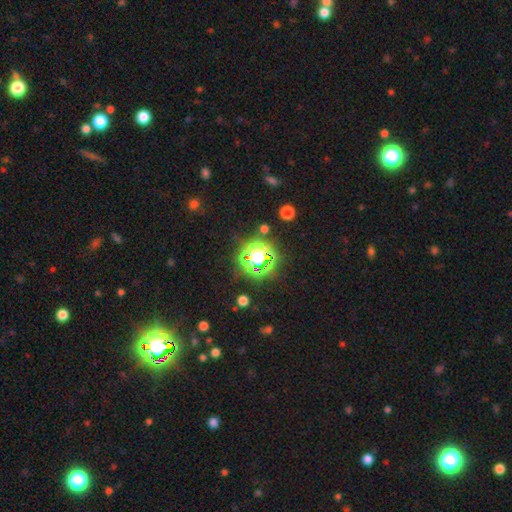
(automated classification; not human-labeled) smooth-or-featured: star or artifact: 60% | smooth: 29% | featured or disk: 11%